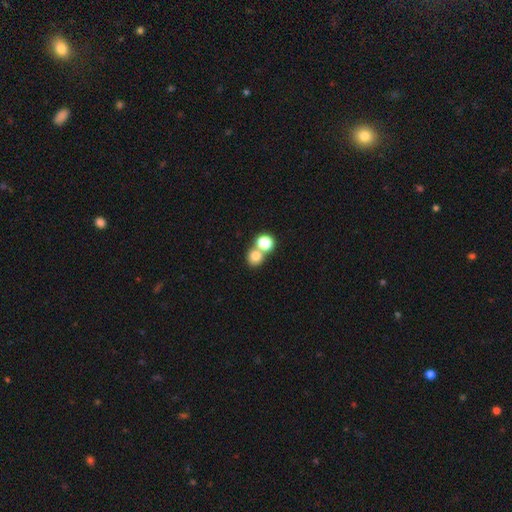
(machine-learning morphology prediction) smooth-or-featured: smooth: 76% | star or artifact: 14% | featured or disk: 10%
  how-rounded: round: 79% | in between: 20% | cigar-shaped: 1%
  merging: merger: 48% | none: 44% | minor disturbance: 6% | major disturbance: 3%